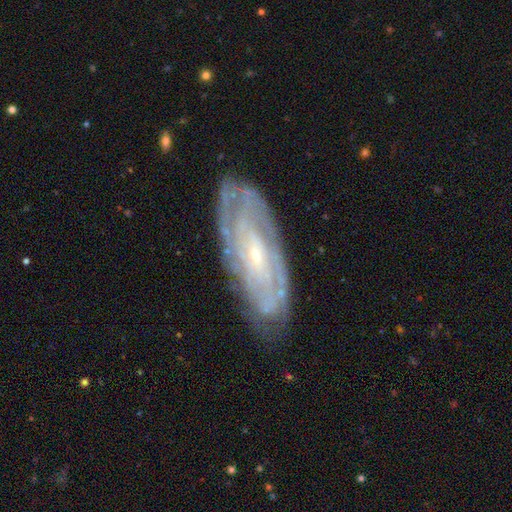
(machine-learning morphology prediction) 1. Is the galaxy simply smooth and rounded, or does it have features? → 81% featured or disk, 13% smooth, 6% star or artifact.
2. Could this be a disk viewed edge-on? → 87% no, 13% yes.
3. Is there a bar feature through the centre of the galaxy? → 54% no, 34% weak, 12% strong.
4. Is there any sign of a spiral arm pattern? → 90% yes, 10% no.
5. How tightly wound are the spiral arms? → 74% tight, 21% medium, 5% loose.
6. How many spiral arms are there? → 52% can't tell, 16% 2, 11% 3, 11% 4, 6% more than 4, 5% 1.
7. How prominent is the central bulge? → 76% small, 19% moderate, 3% none, 1% large, 1% dominant.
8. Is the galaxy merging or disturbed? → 78% none, 17% minor disturbance, 4% major disturbance, 1% merger.